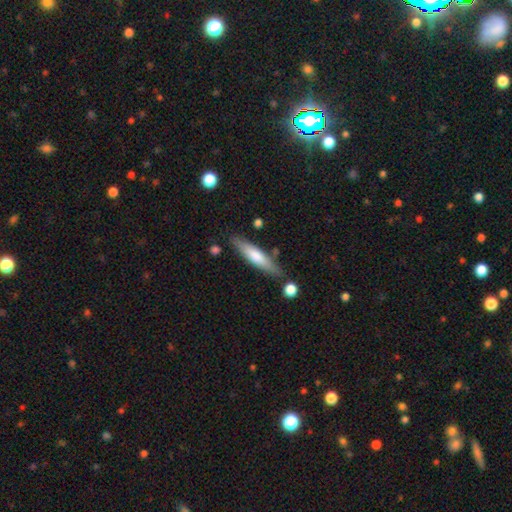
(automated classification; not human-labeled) smooth 56%, featured or disk 38%, star or artifact 6%. Down the decision tree: how rounded — cigar-shaped (85%); merging — none (81%).